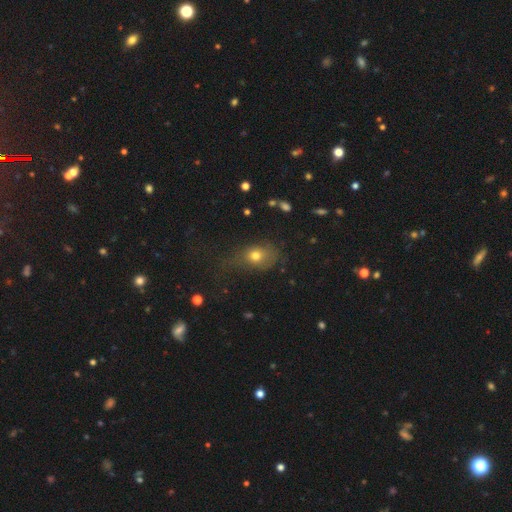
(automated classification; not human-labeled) Q: Smooth or featured?
A: smooth (72%); runner-up: featured or disk (14%)
Q: How rounded?
A: in between (55%); runner-up: round (42%)
Q: Merging?
A: none (46%); runner-up: minor disturbance (26%)